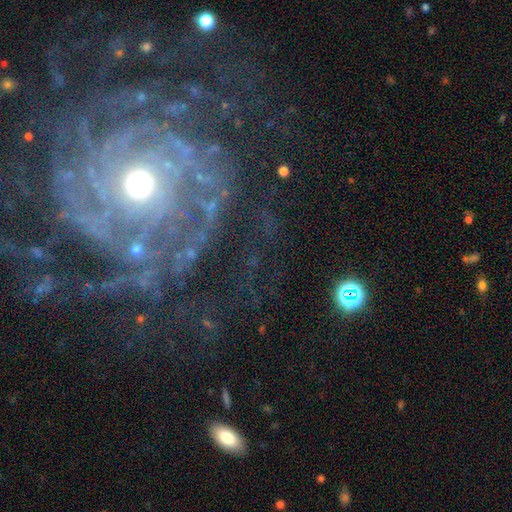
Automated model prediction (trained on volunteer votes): Smooth or featured? featured or disk (88%)
Edge-on disk? no (97%)
Bar? no (76%)
Spiral arms? yes (95%)
Spiral winding? tight (75%)
Spiral arm count? can't tell (28%)
Bulge size? moderate (63%)
Merging? none (68%)